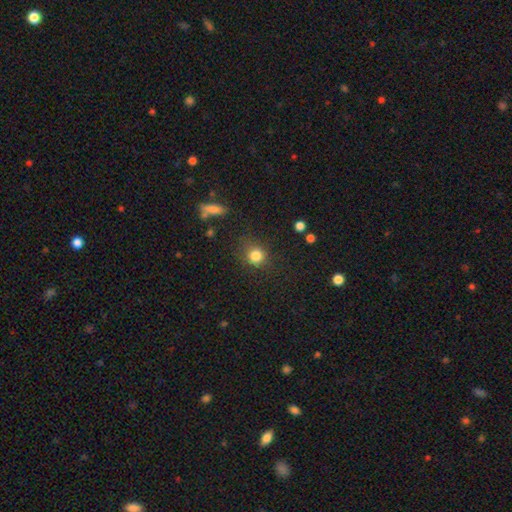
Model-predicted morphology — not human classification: smooth_or_featured: smooth (p=0.82) [alt: star or artifact p=0.12]
how_rounded: round (p=0.86) [alt: in between p=0.13]
merging: none (p=0.79) [alt: minor disturbance p=0.13]